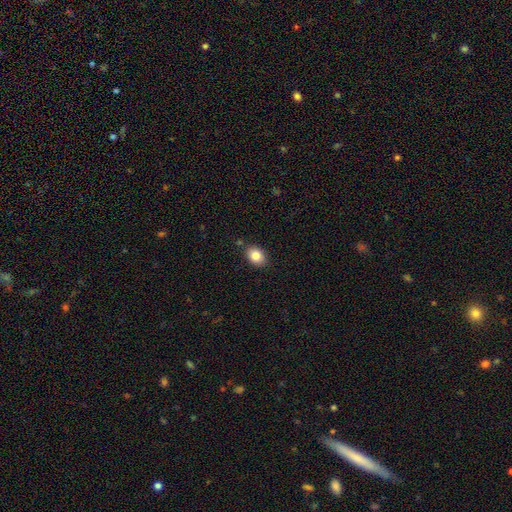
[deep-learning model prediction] Smooth or featured? Predicted: smooth (p=0.84). How rounded? Predicted: in between (p=0.67). Merging? Predicted: none (p=0.83).